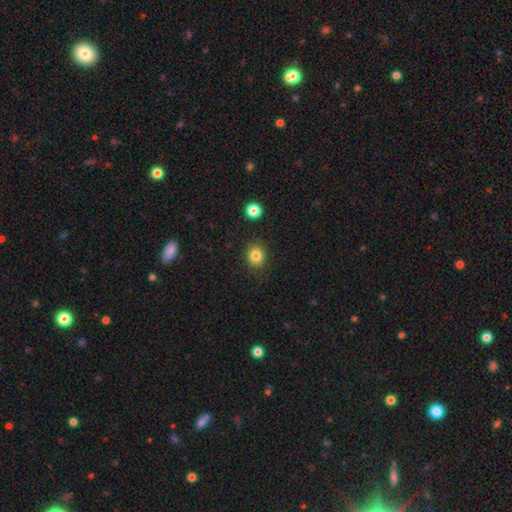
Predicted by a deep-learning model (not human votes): A smooth galaxy with no disk features (83%) that is round (74%).

Vote fractions:
- Smooth or featured? smooth: 83% / star or artifact: 11% / featured or disk: 6%
- How rounded? round: 74% / in between: 25% / cigar-shaped: 1%
- Merging? none: 88% / minor disturbance: 8% / major disturbance: 2% / merger: 2%